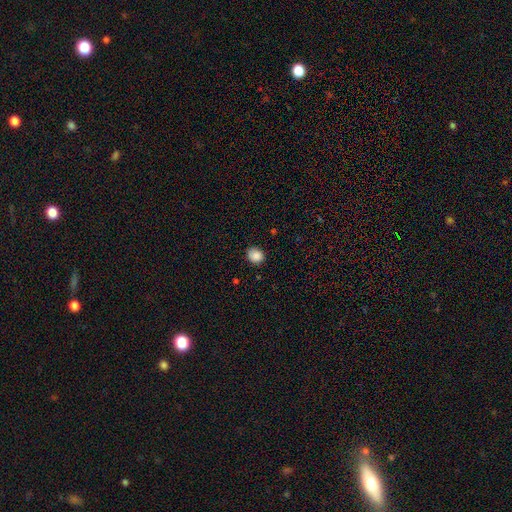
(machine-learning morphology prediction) This appears to be a smooth galaxy with no disk features (87%) that is round (68%). Merging: none (76%).